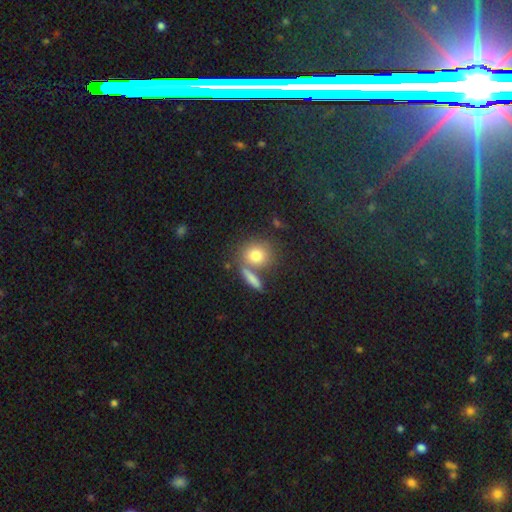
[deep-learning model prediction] Smooth or featured? Predicted: smooth (p=0.78). How rounded? Predicted: round (p=0.75). Merging? Predicted: none (p=0.60).